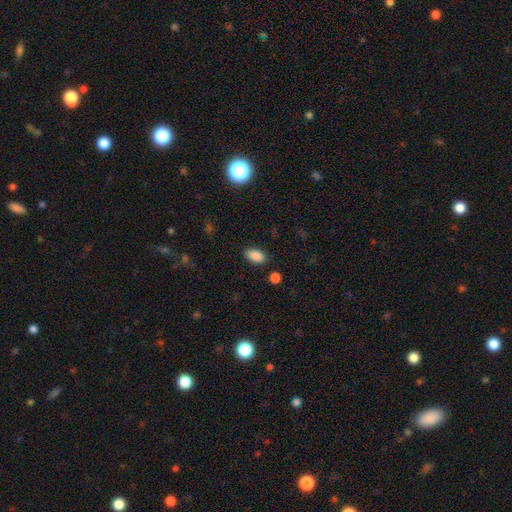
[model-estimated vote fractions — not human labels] Smooth or featured? smooth (88%)
How rounded? in between (92%)
Merging? none (86%)